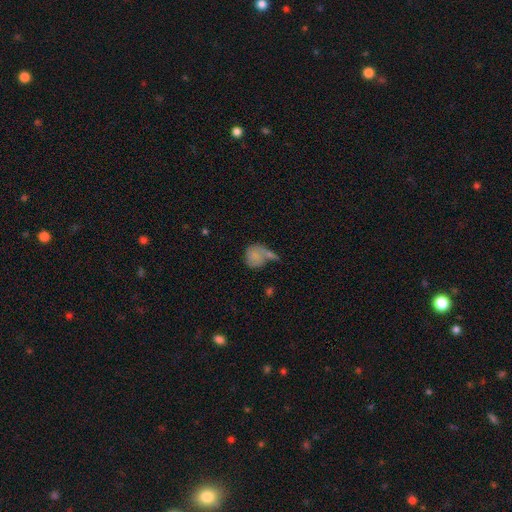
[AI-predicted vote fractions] Smooth or featured? smooth (71%)
How rounded? round (76%)
Merging? none (37%)